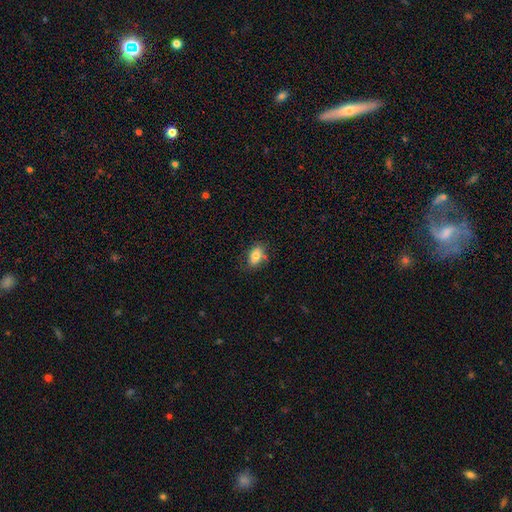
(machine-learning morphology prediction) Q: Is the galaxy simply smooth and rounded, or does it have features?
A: smooth — 79%.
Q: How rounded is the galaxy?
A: in between — 85%.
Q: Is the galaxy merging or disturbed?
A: none — 71%.